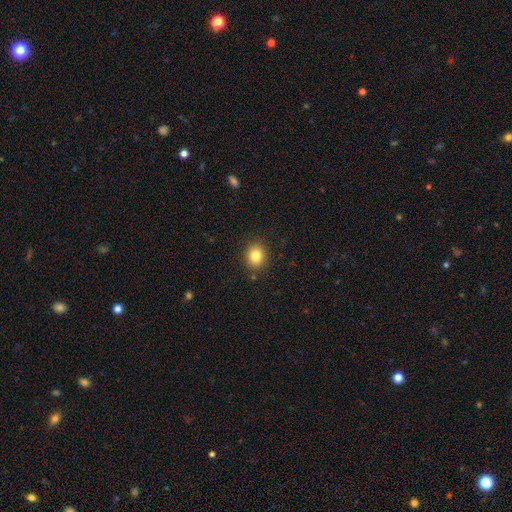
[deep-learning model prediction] A smooth galaxy with no disk features (83%) that is round (70%).

Vote fractions:
- Smooth or featured? smooth: 83% / star or artifact: 11% / featured or disk: 7%
- How rounded? round: 70% / in between: 29% / cigar-shaped: 1%
- Merging? none: 88% / minor disturbance: 8% / major disturbance: 2% / merger: 2%